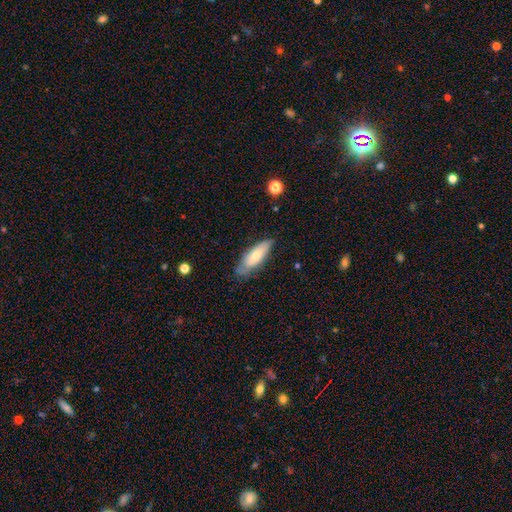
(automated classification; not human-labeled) This is likely a smooth galaxy (62%). How rounded: likely in between (63%). Merging: likely none (69%).